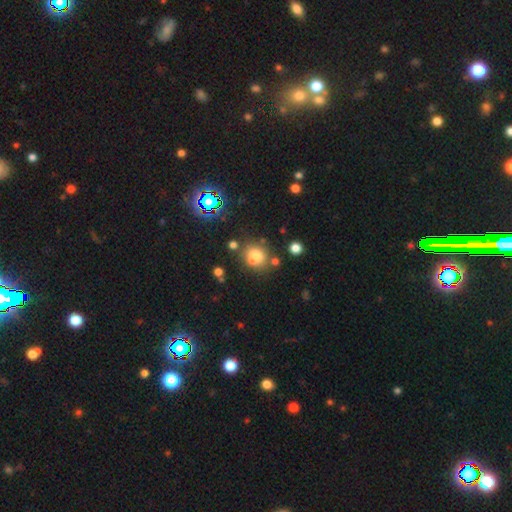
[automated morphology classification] A smooth galaxy with no disk features (69%) that is round (78%).

Vote fractions:
- Smooth or featured? smooth: 69% / star or artifact: 18% / featured or disk: 13%
- How rounded? round: 78% / in between: 21% / cigar-shaped: 1%
- Merging? none: 62% / merger: 20% / minor disturbance: 13% / major disturbance: 5%